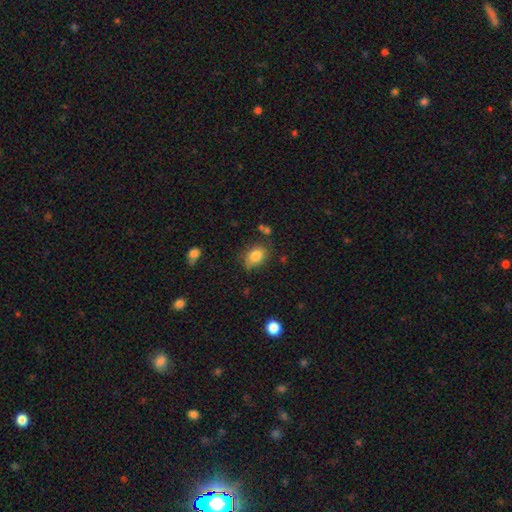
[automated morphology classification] Smooth or featured?
  - smooth: 82% *
  - featured or disk: 9%
  - star or artifact: 9%
How rounded?
  - in between: 71% *
  - round: 27%
  - cigar-shaped: 2%
Merging?
  - none: 66% *
  - minor disturbance: 24%
  - major disturbance: 6%
  - merger: 4%